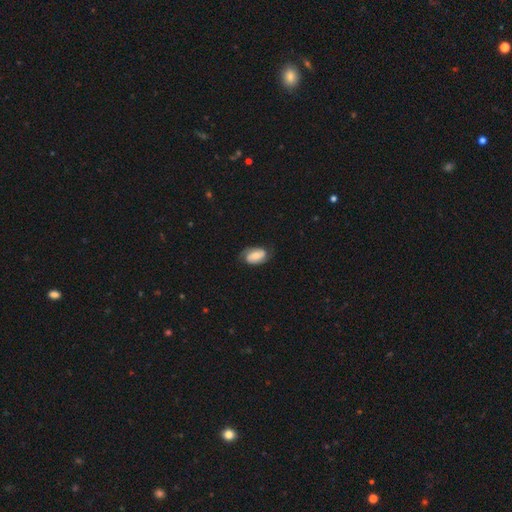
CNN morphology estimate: Smooth or featured? featured or disk (53%)
Edge-on disk? no (96%)
Bar? no (44%)
Spiral arms? yes (88%)
Bulge size? moderate (40%)
Merging? none (71%)